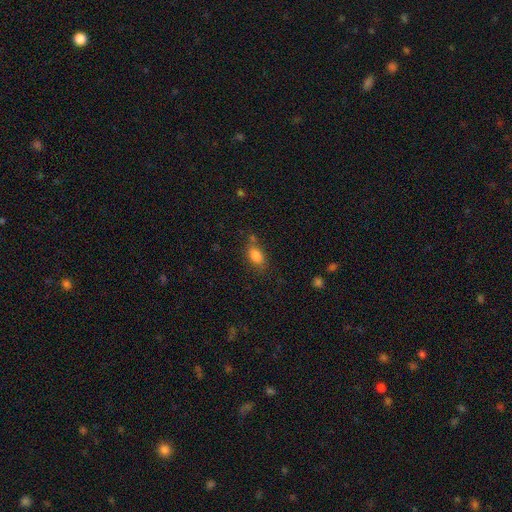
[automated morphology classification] Q: Smooth or featured?
A: smooth (83%); runner-up: star or artifact (9%)
Q: How rounded?
A: in between (87%); runner-up: round (9%)
Q: Merging?
A: none (64%); runner-up: minor disturbance (19%)